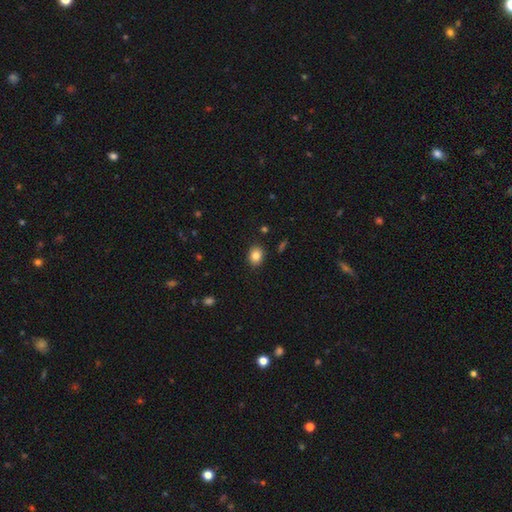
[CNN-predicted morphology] Smooth or featured? smooth (84%)
How rounded? round (50%)
Merging? none (89%)